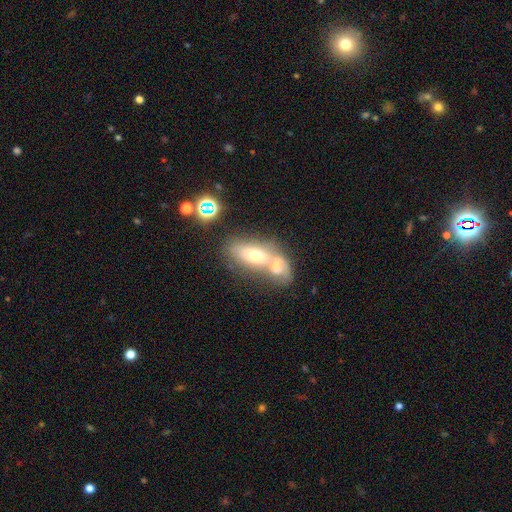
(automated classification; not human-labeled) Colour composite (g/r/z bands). It shows a smooth galaxy with no disk features (55%) that is in between round and cigar-shaped (80%). Merging: merger (60%).